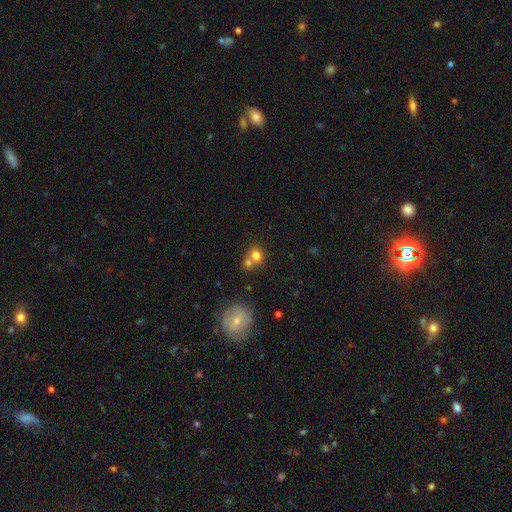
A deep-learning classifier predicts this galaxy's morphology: Q: Smooth or featured?
A: smooth (76%); runner-up: featured or disk (13%)
Q: How rounded?
A: round (78%); runner-up: in between (22%)
Q: Merging?
A: merger (45%); runner-up: none (44%)